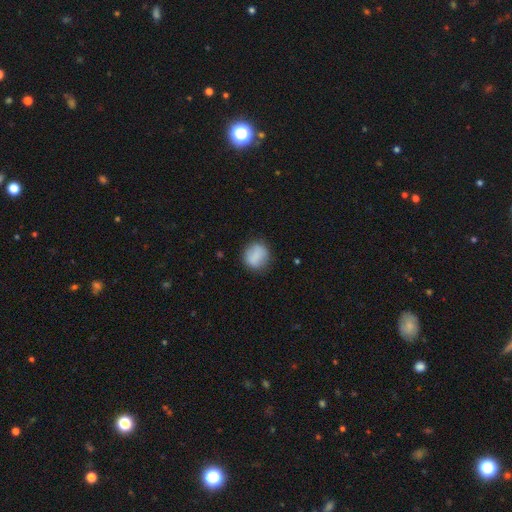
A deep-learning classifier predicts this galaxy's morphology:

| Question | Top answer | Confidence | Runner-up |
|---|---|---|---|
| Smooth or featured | smooth | 83% | featured or disk (10%) |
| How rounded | round | 79% | in between (20%) |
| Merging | none | 80% | minor disturbance (14%) |